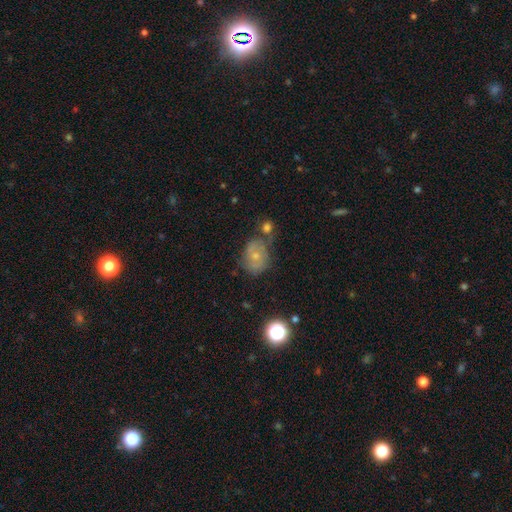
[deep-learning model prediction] Smooth or featured? smooth (48%)
Merging? none (56%)